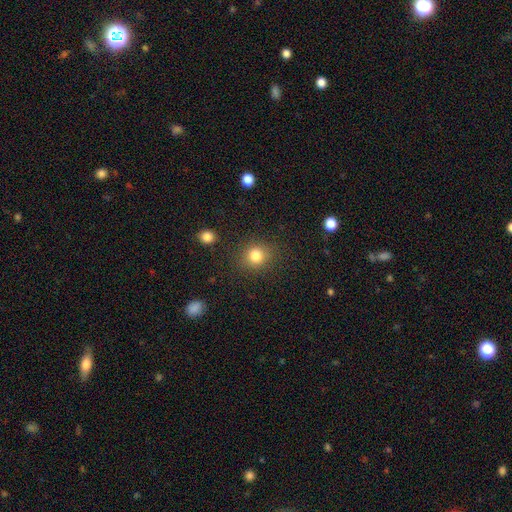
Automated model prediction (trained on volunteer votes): Smooth or featured: smooth — 82% (star or artifact — 12%)
How rounded: round — 83% (in between — 16%)
Merging: none — 85% (minor disturbance — 9%)